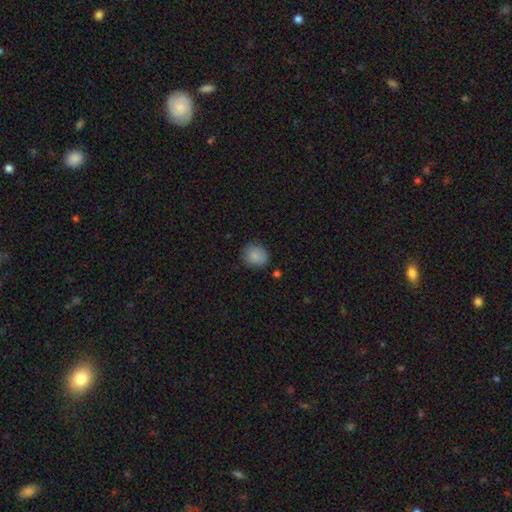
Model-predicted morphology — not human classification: Smooth or featured? smooth (86%)
How rounded? round (78%)
Merging? none (79%)